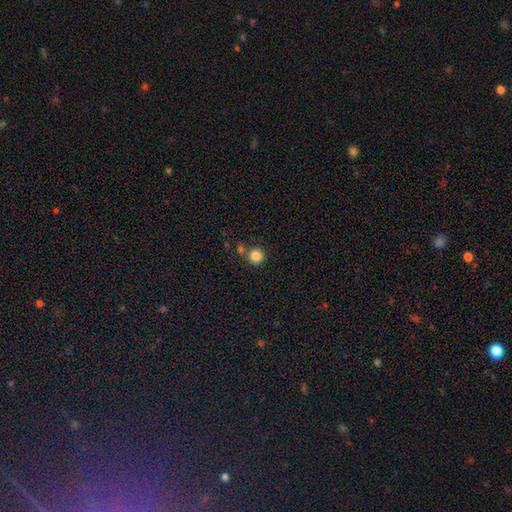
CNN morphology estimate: A smooth galaxy with no disk features (85%) that is round (94%). Merging: none (76%).